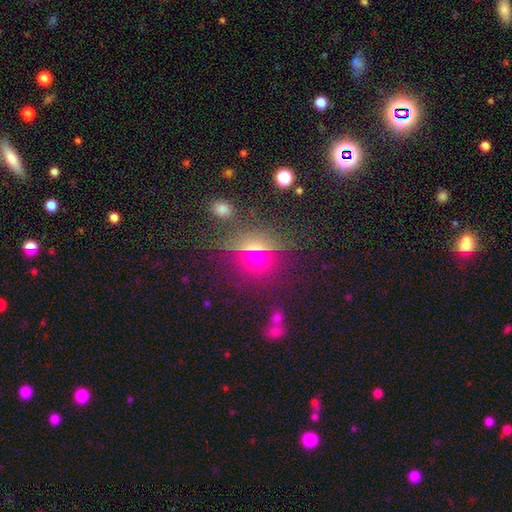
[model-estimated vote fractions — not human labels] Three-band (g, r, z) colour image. It shows a smooth galaxy with no disk features (49%). Merging: none (76%).